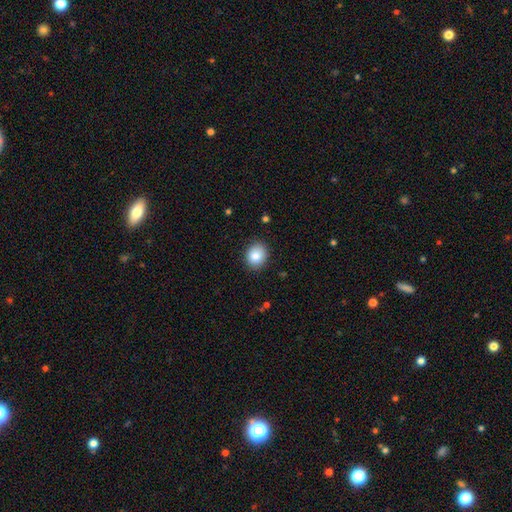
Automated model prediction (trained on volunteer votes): Smooth or featured?
  - smooth: 86% *
  - star or artifact: 9%
  - featured or disk: 6%
How rounded?
  - round: 64% *
  - in between: 35%
  - cigar-shaped: 1%
Merging?
  - none: 86% *
  - minor disturbance: 10%
  - major disturbance: 2%
  - merger: 1%